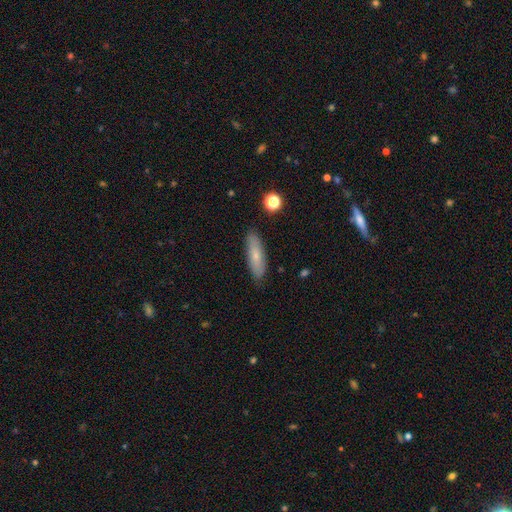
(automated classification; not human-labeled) Smooth or featured? smooth (70%)
How rounded? cigar-shaped (58%)
Merging? none (85%)